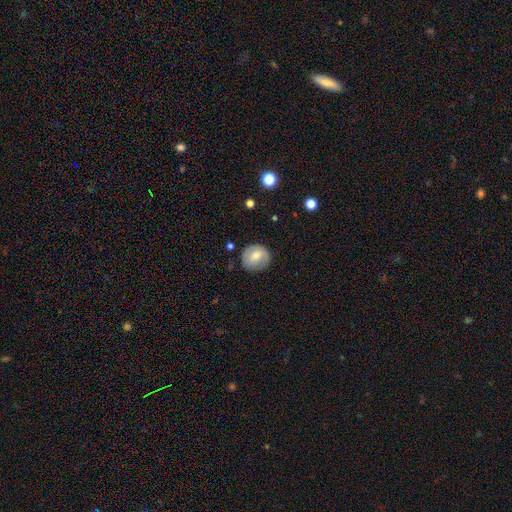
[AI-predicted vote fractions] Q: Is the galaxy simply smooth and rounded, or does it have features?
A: smooth — 59%.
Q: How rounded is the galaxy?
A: round — 85%.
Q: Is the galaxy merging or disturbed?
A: none — 80%.